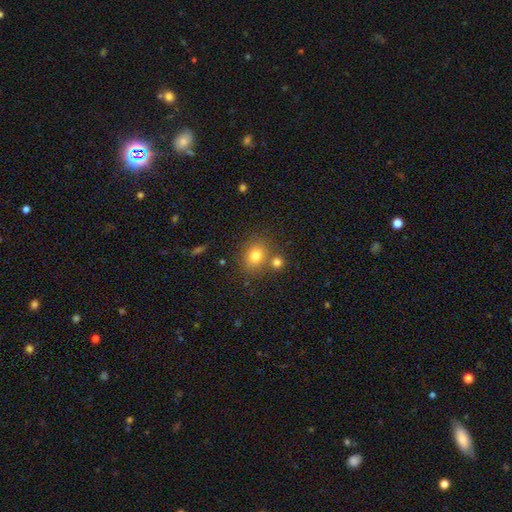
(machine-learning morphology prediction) smooth 78%, star or artifact 12%, featured or disk 10%. Down the decision tree: how rounded — round (61%); merging — none (69%).